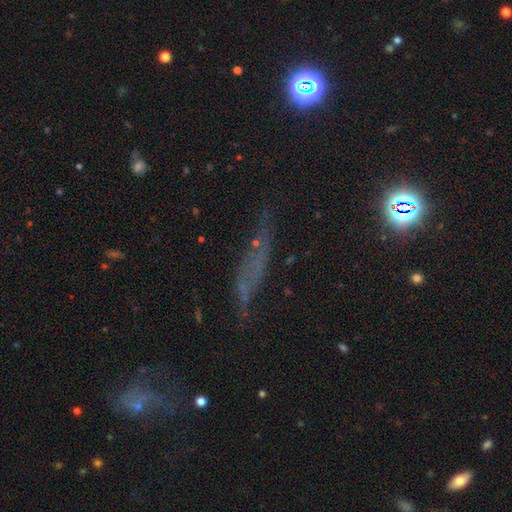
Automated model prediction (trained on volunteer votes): Smooth or featured?
  - featured or disk: 34% * (tied)
  - star or artifact: 34% * (tied)
  - smooth: 32%
Merging?
  - none: 66% *
  - minor disturbance: 18%
  - major disturbance: 11%
  - merger: 5%